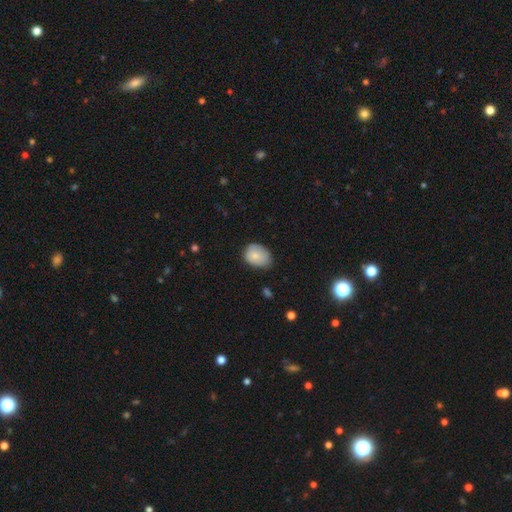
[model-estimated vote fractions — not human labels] smooth_or_featured: smooth (p=0.82) [alt: featured or disk p=0.11]
how_rounded: in between (p=0.67) [alt: round p=0.32]
merging: none (p=0.61) [alt: minor disturbance p=0.32]